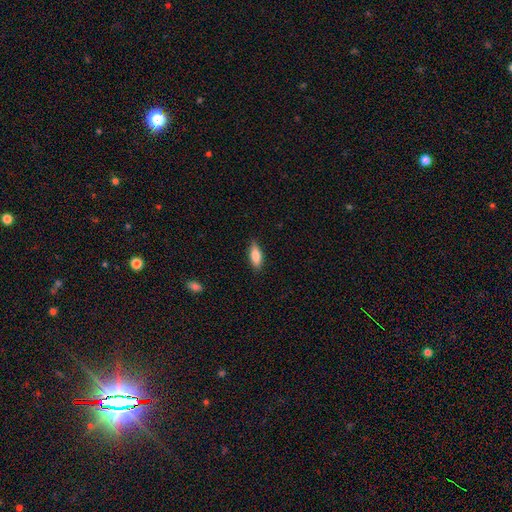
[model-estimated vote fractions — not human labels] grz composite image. It shows a smooth galaxy with no disk features (80%) that is in between round and cigar-shaped (70%). Merging: none (85%).